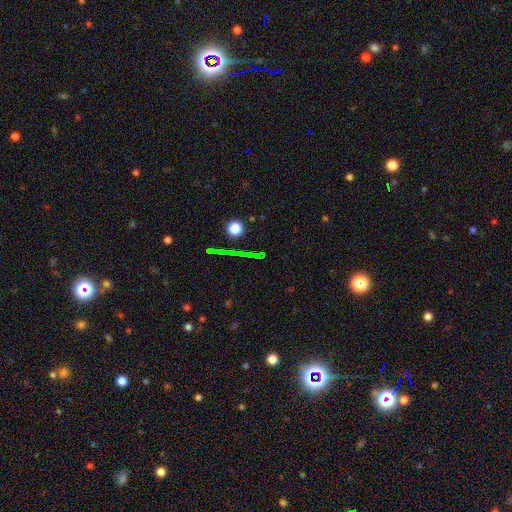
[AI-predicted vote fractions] The model was most divided on "smooth or featured": star or artifact: 68%, smooth: 18%, featured or disk: 13%.